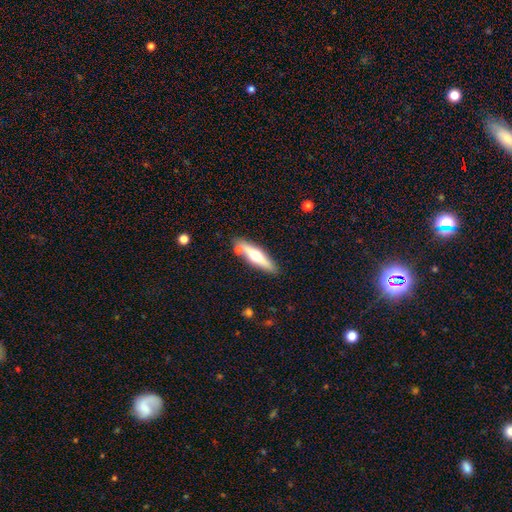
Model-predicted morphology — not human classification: This is possibly a featured or disk galaxy (54%). It is clearly viewed edge-on (92%). Merging: clearly none (80%).